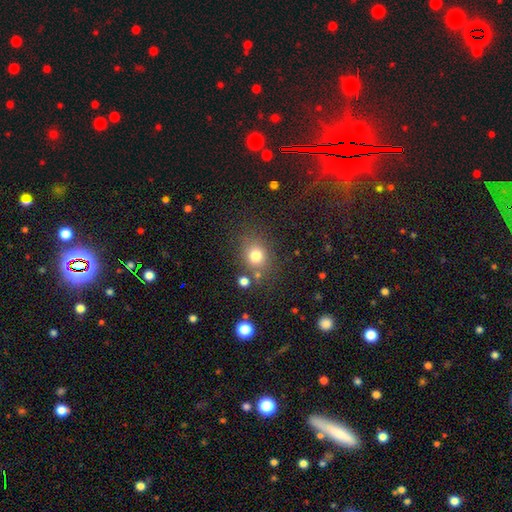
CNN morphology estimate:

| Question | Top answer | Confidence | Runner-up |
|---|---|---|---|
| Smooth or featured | smooth | 77% | star or artifact (15%) |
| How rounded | round | 72% | in between (28%) |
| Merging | none | 75% | minor disturbance (13%) |